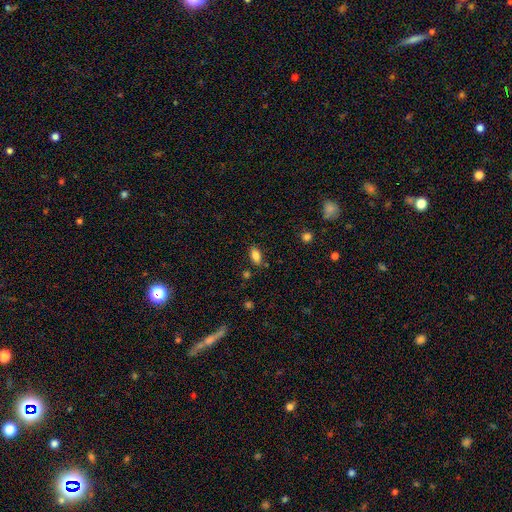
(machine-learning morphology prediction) smooth-or-featured: smooth: 84% | star or artifact: 10% | featured or disk: 6%
  how-rounded: in between: 90% | round: 5% | cigar-shaped: 5%
  merging: none: 79% | minor disturbance: 13% | merger: 4% | major disturbance: 3%